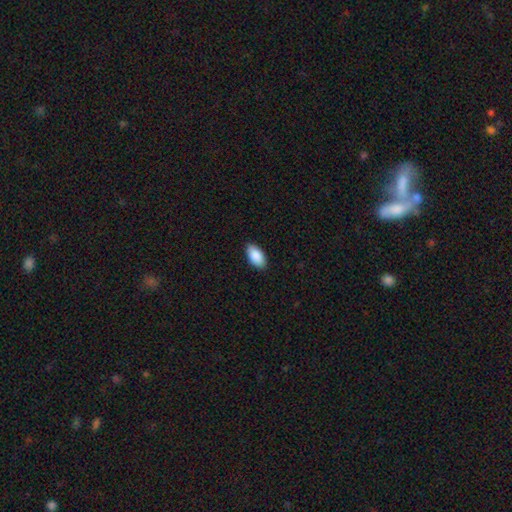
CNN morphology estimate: Smooth or featured?
  - smooth: 89% *
  - star or artifact: 6%
  - featured or disk: 5%
How rounded?
  - in between: 95% *
  - cigar-shaped: 3%
  - round: 2%
Merging?
  - none: 88% *
  - minor disturbance: 9%
  - major disturbance: 2%
  - merger: 1%